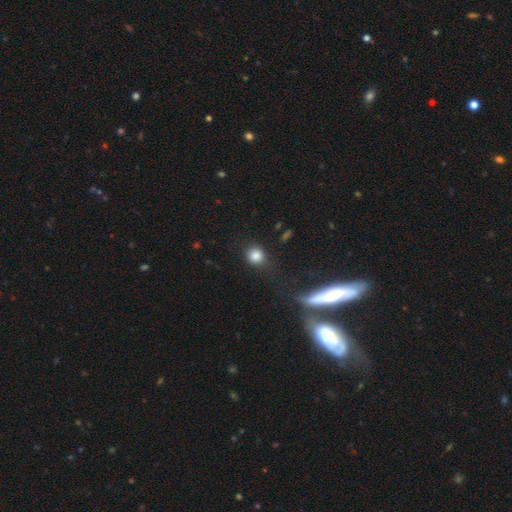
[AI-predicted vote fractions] This is clearly a smooth galaxy (83%). How rounded: clearly round (81%). Merging: likely none (76%).